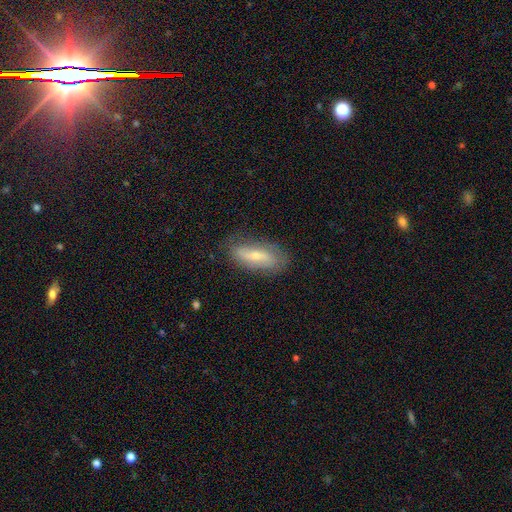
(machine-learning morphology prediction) Smooth or featured? Predicted: featured or disk (p=0.53). Edge-on disk? Predicted: no (p=0.76). Merging? Predicted: none (p=0.78).